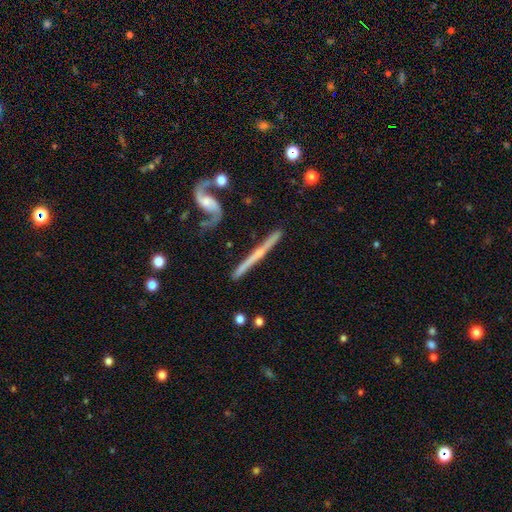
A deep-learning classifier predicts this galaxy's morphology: Q: Smooth or featured?
A: featured or disk (78%); runner-up: smooth (16%)
Q: Edge-on disk?
A: yes (91%); runner-up: no (9%)
Q: Edge-on bulge?
A: rounded (49%); runner-up: none (44%)
Q: Merging?
A: none (80%); runner-up: minor disturbance (13%)